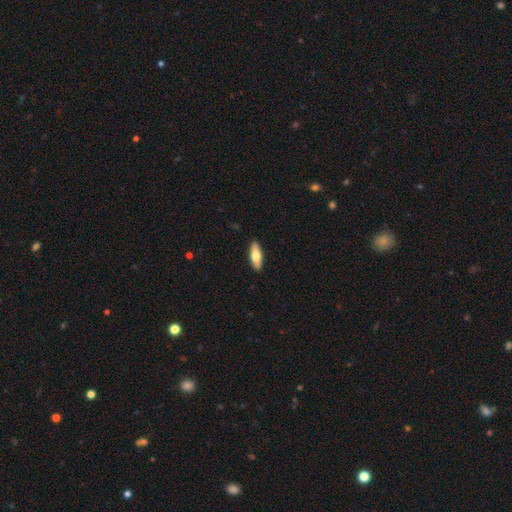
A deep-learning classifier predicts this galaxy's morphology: smooth_or_featured: smooth (p=0.68) [alt: featured or disk p=0.27]
how_rounded: in between (p=0.59) [alt: cigar-shaped p=0.38]
merging: none (p=0.91) [alt: minor disturbance p=0.07]